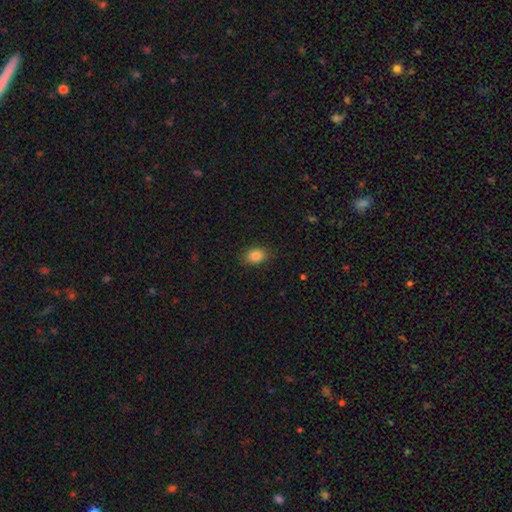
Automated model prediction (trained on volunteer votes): This appears to be a smooth galaxy with no disk features (85%) that is in between round and cigar-shaped (72%). Merging: none (86%).